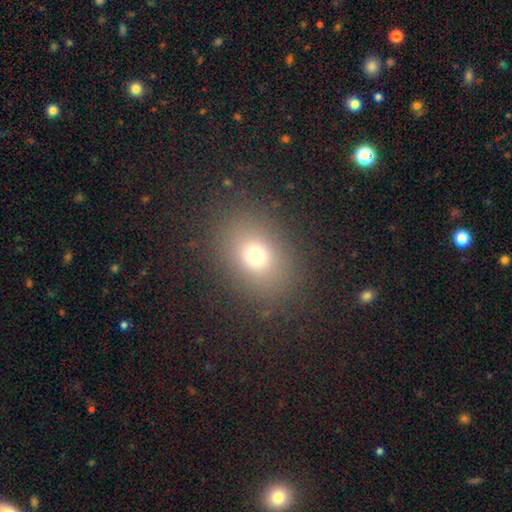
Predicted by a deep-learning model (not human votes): Q: Smooth or featured?
A: smooth (71%); runner-up: star or artifact (17%)
Q: How rounded?
A: in between (56%); runner-up: round (42%)
Q: Merging?
A: none (84%); runner-up: minor disturbance (9%)